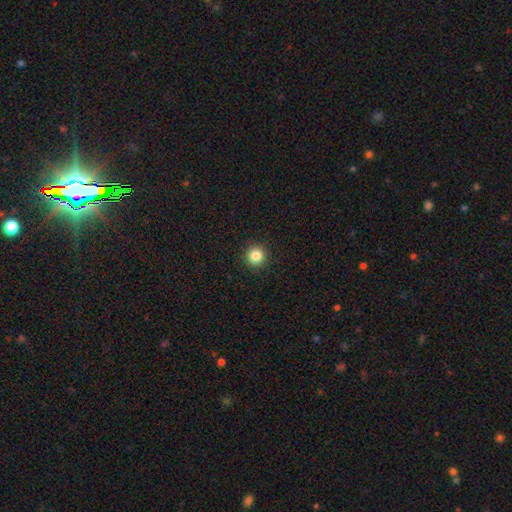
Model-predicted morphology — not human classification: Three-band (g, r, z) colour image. It shows a smooth galaxy with no disk features (84%) that is round (95%). Merging: none (93%).